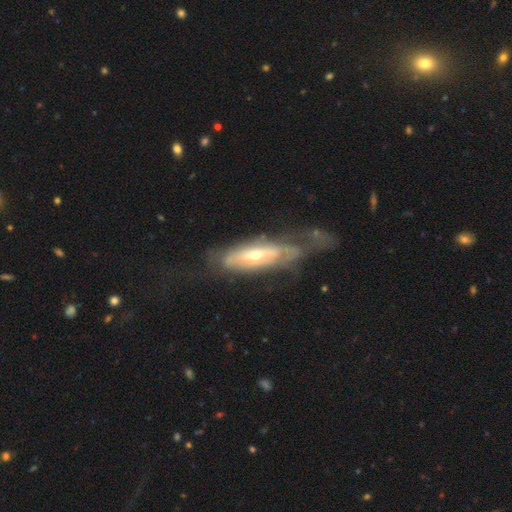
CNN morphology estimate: featured or disk 72%, smooth 22%, star or artifact 6%. Down the decision tree: edge-on disk — no (68%); merging — none (39%).